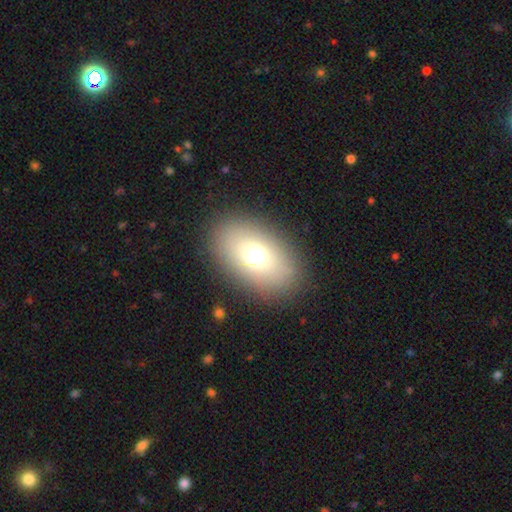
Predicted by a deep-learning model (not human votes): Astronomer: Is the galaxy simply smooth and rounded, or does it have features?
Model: smooth — 68%.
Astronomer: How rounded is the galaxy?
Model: in between — 82%.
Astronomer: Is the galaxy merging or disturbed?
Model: none — 86%.